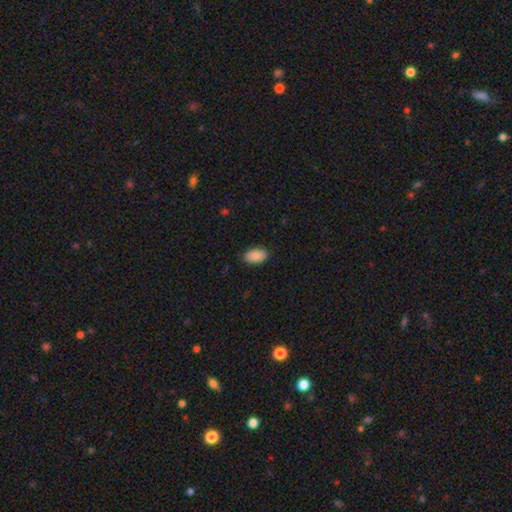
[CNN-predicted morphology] This is clearly a smooth galaxy (87%). How rounded: clearly in between (93%). Merging: clearly none (87%).